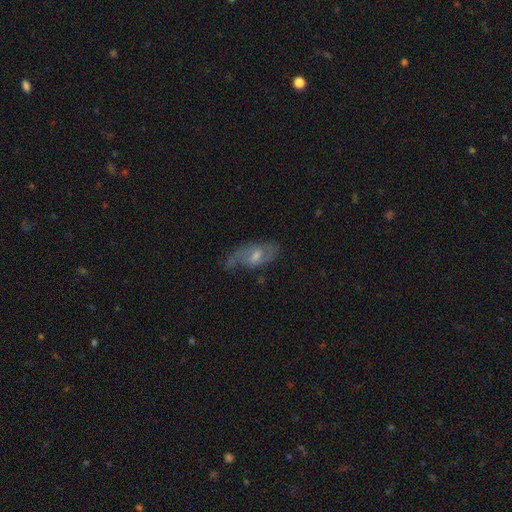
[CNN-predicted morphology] Smooth or featured?
  - featured or disk: 71% *
  - smooth: 20%
  - star or artifact: 8%
Edge-on disk?
  - no: 91% *
  - yes: 9%
Bar?
  - weak: 51% *
  - no: 38%
  - strong: 11%
Spiral arms?
  - yes: 86% *
  - no: 14%
Spiral winding?
  - medium: 44% *
  - loose: 36%
  - tight: 20%
Spiral arm count?
  - 2: 70% *
  - can't tell: 14%
  - 1: 11%
  - 3: 2%
  - 4: 1%
  - more than 4: 1%
Bulge size?
  - moderate: 49% *
  - small: 39%
  - none: 6%
  - large: 5%
  - dominant: 1%
Merging?
  - none: 60% *
  - minor disturbance: 23%
  - major disturbance: 14%
  - merger: 2%